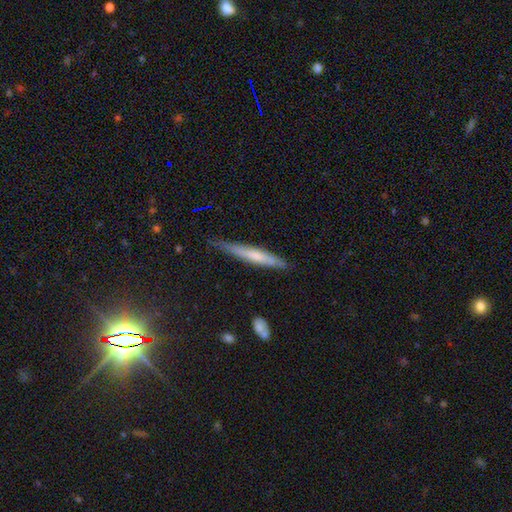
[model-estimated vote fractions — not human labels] A smooth galaxy with no disk features (49%). Merging: none (70%).